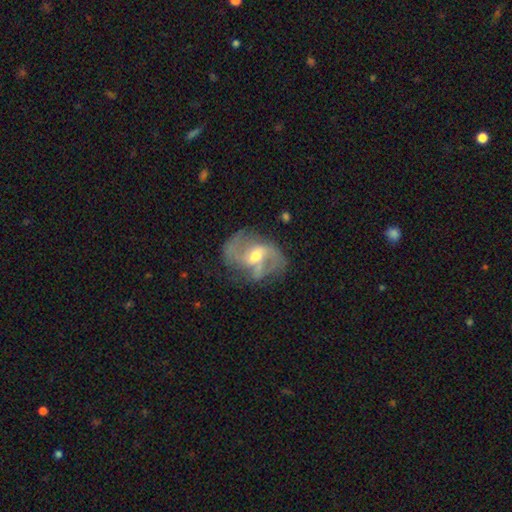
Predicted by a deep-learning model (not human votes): Smooth or featured: featured or disk — 84% (smooth — 10%)
Edge-on disk: no — 97% (yes — 3%)
Bar: weak — 50% (no — 25%)
Spiral arms: yes — 92% (no — 8%)
Spiral winding: loose — 43% (tied with medium — 43%)
Spiral arm count: 2 — 71% (can't tell — 11%)
Bulge size: moderate — 63% (small — 31%)
Merging: none — 58% (minor disturbance — 22%)